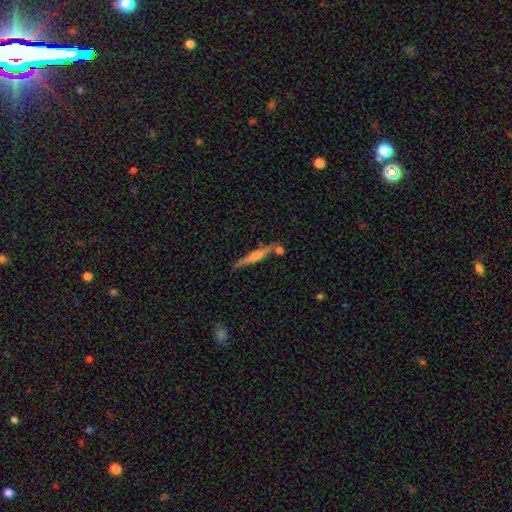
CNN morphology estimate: Overall: featured or disk (64%; smooth 29%). Edge-on disk: yes (97%). Edge-on bulge: rounded (66%). Merging: none (81%).